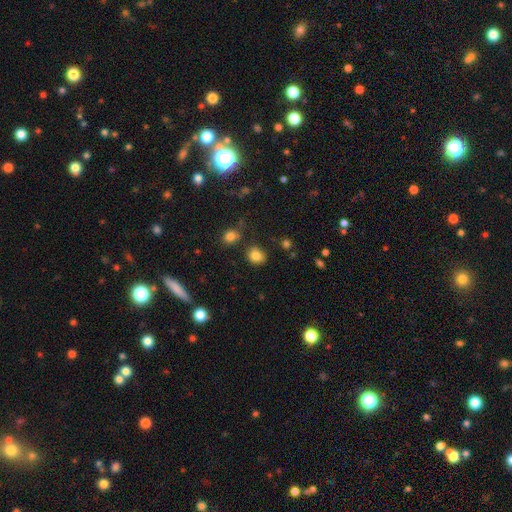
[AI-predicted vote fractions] smooth 83%, star or artifact 11%, featured or disk 6%. Down the decision tree: how rounded — round (72%); merging — none (81%).